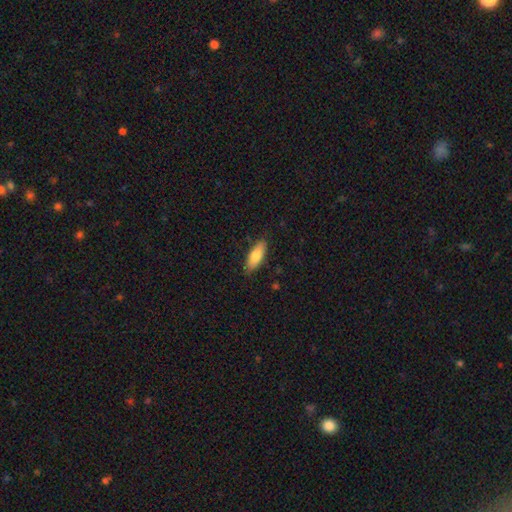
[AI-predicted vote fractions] This appears to be a smooth galaxy with no disk features (80%) that is in between round and cigar-shaped (68%). Merging: none (84%).